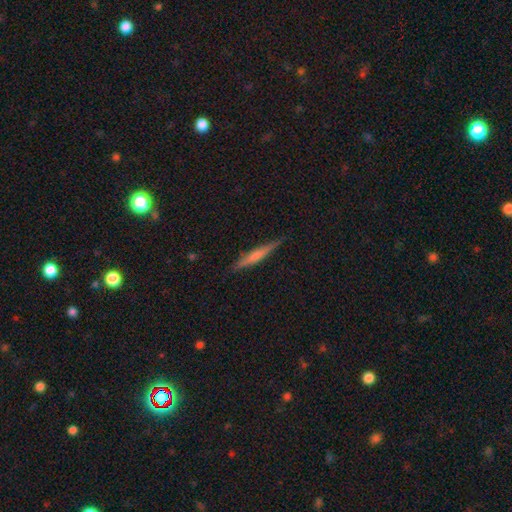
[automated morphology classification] smooth_or_featured: smooth (p=0.49) [alt: featured or disk p=0.45]
merging: none (p=0.87) [alt: minor disturbance p=0.10]